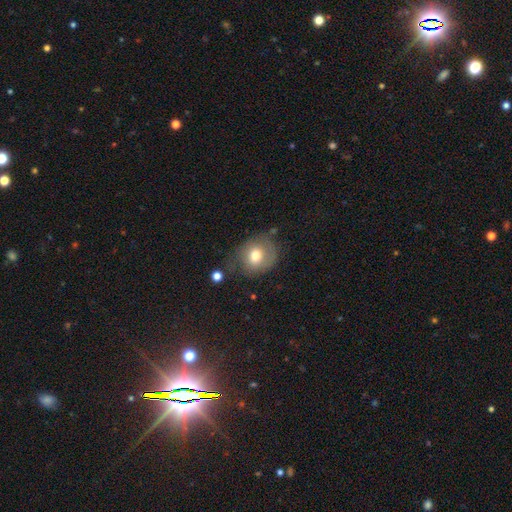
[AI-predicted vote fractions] Smooth or featured: smooth — 67% (featured or disk — 24%)
How rounded: round — 67% (in between — 32%)
Merging: none — 57% (minor disturbance — 26%)